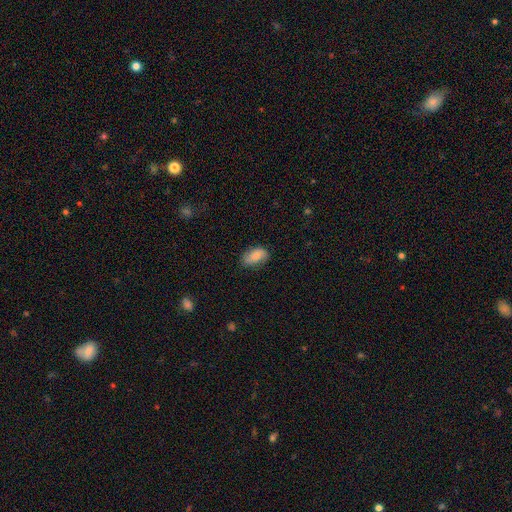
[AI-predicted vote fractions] smooth_or_featured: smooth (p=0.79) [alt: featured or disk p=0.14]
how_rounded: in between (p=0.92) [alt: round p=0.06]
merging: none (p=0.71) [alt: minor disturbance p=0.23]